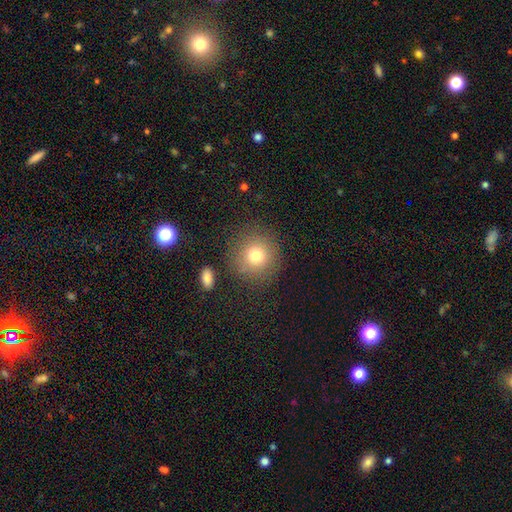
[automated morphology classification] smooth-or-featured: smooth: 77% | star or artifact: 12% | featured or disk: 11%
  how-rounded: round: 92% | in between: 7% | cigar-shaped: 1%
  merging: none: 83% | minor disturbance: 9% | major disturbance: 4% | merger: 3%